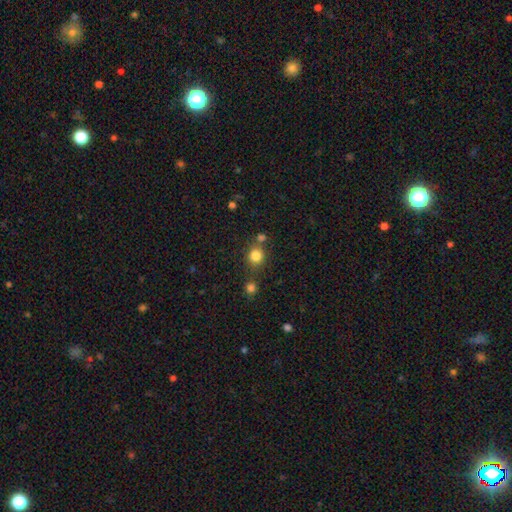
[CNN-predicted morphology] smooth 82%, star or artifact 12%, featured or disk 6%. Down the decision tree: how rounded — round (85%); merging — none (70%).